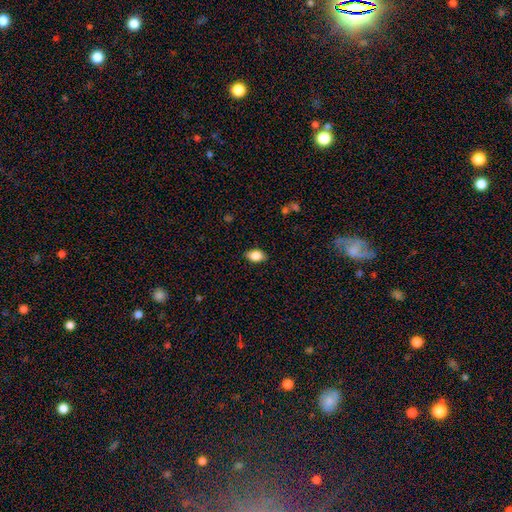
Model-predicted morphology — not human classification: This is clearly a smooth galaxy (83%). How rounded: clearly in between (88%). Merging: clearly none (85%).